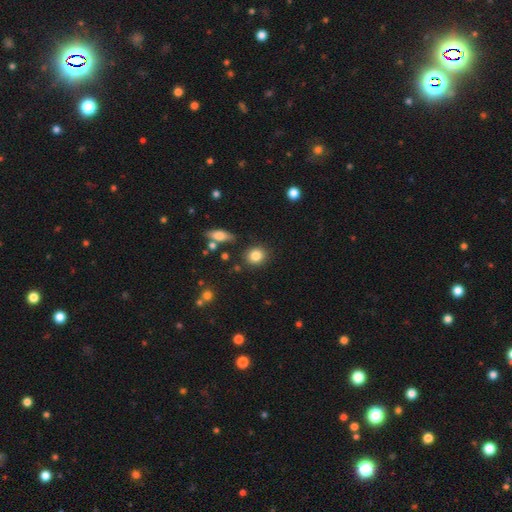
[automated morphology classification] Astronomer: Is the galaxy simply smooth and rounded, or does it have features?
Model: smooth — 84%.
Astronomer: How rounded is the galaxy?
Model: round — 79%.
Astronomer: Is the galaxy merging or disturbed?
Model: none — 85%.